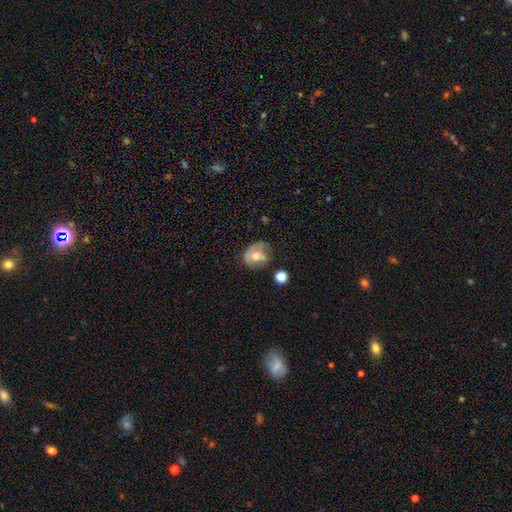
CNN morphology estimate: Smooth or featured? Predicted: smooth (p=0.49). Merging? Predicted: none (p=0.38).